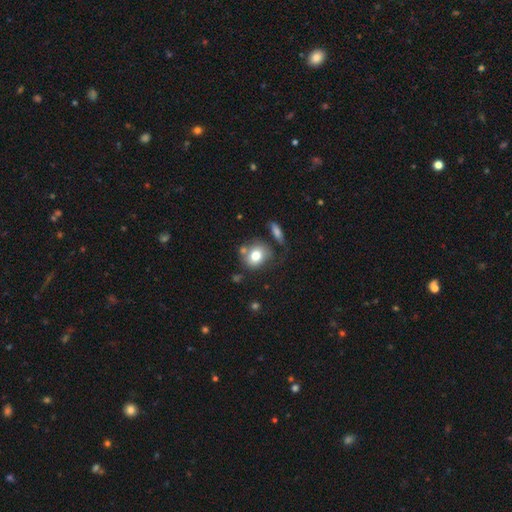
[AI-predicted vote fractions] smooth_or_featured: smooth (p=0.76) [alt: featured or disk p=0.15]
how_rounded: round (p=0.66) [alt: in between p=0.33]
merging: none (p=0.60) [alt: minor disturbance p=0.18]